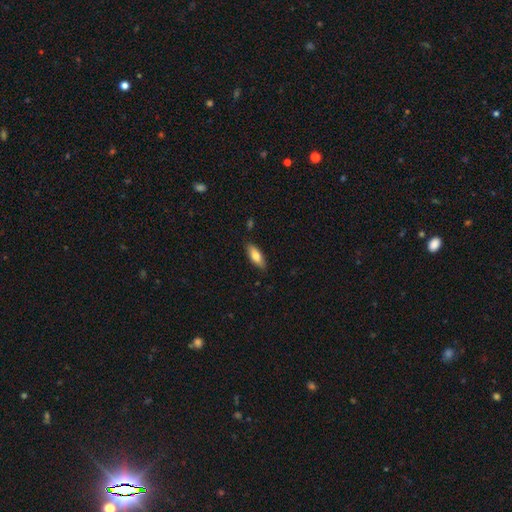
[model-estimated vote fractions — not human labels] This appears to be a smooth galaxy with no disk features (76%) that is in between round and cigar-shaped (71%). Merging: none (86%).